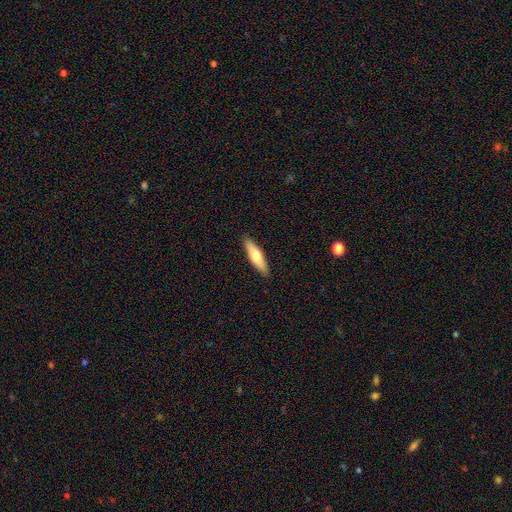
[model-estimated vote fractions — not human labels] Smooth or featured: smooth — 62% (featured or disk — 33%)
How rounded: cigar-shaped — 61% (in between — 37%)
Merging: none — 90% (minor disturbance — 8%)